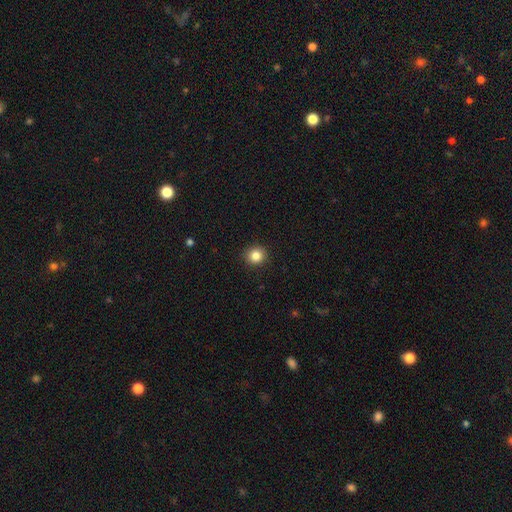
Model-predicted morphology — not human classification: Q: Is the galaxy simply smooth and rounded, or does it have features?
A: smooth — 85%.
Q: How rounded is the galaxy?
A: round — 92%.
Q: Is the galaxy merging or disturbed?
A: none — 92%.